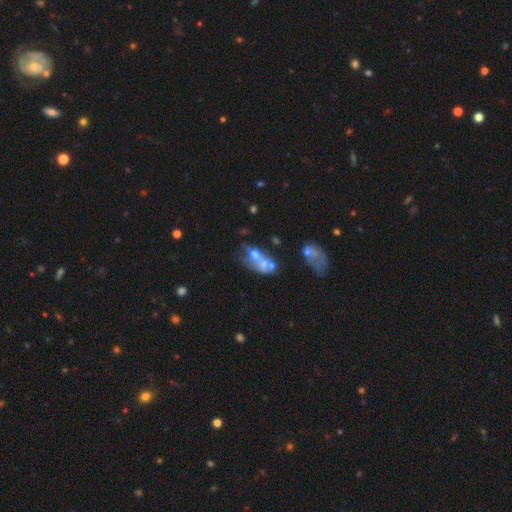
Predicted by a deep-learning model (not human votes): Smooth or featured?
  - smooth: 40% *
  - featured or disk: 37%
  - star or artifact: 22%
Merging?
  - merger: 48% *
  - none: 31%
  - minor disturbance: 11%
  - major disturbance: 10%